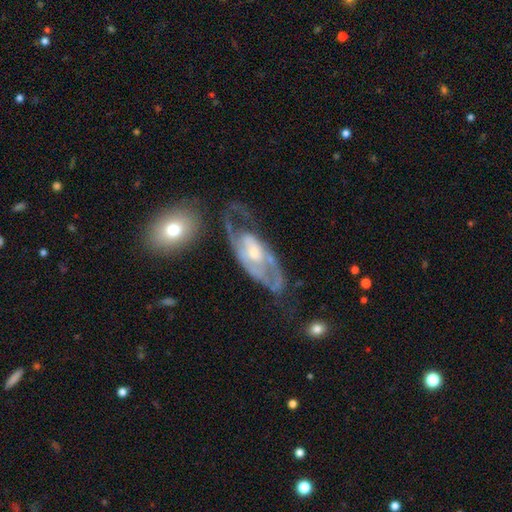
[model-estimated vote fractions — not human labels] Smooth or featured? featured or disk (79%)
Edge-on disk? no (90%)
Bar? no (60%)
Spiral arms? yes (79%)
Spiral winding? tight (42%)
Spiral arm count? 2 (45%)
Bulge size? moderate (44%)
Merging? none (45%)